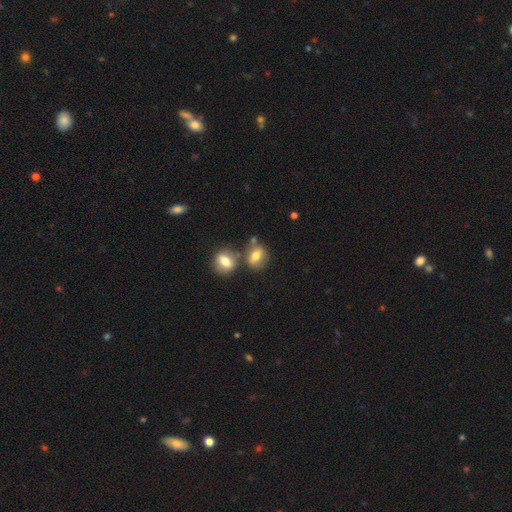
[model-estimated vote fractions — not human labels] smooth-or-featured: smooth: 72% | featured or disk: 18% | star or artifact: 10%
  how-rounded: in between: 57% | round: 41% | cigar-shaped: 2%
  merging: none: 53% | merger: 29% | minor disturbance: 14% | major disturbance: 5%